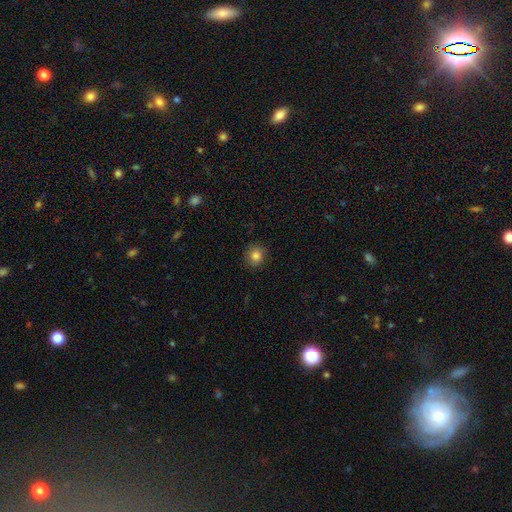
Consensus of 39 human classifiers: Morphology: type=smooth (90%); roundness=round (100%); merging=none (86%).